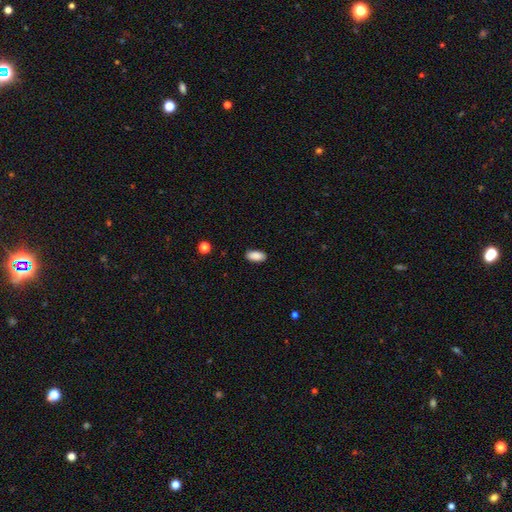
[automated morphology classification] A smooth galaxy with no disk features (89%) that is in between round and cigar-shaped (92%). Merging: none (88%).